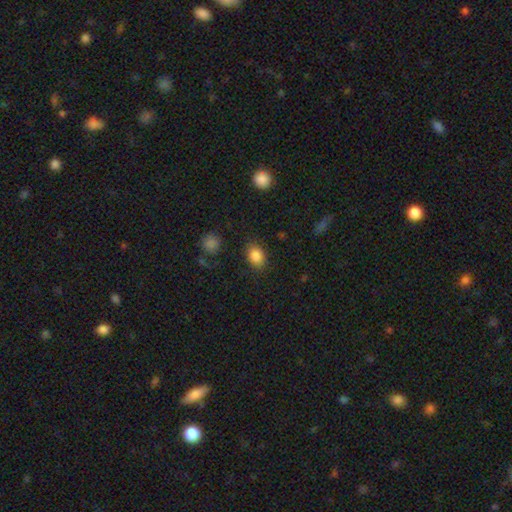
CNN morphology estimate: This appears to be a smooth galaxy with no disk features (85%) that is in between round and cigar-shaped (68%). Merging: none (84%).